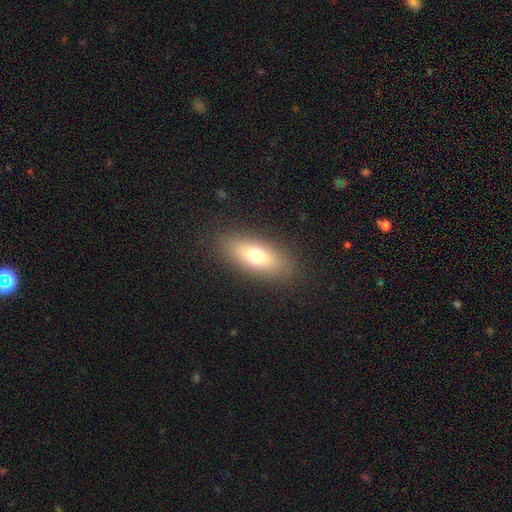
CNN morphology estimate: smooth_or_featured: smooth (p=0.70) [alt: featured or disk p=0.21]
how_rounded: in between (p=0.73) [alt: cigar-shaped p=0.22]
merging: none (p=0.87) [alt: minor disturbance p=0.09]